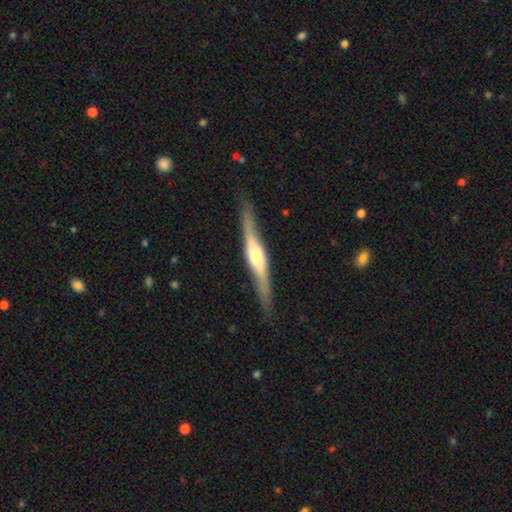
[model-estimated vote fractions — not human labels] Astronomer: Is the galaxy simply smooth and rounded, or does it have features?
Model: featured or disk — 76%.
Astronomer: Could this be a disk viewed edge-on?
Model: yes — 96%.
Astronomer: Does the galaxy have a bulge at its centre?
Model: rounded — 79%.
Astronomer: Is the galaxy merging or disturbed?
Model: none — 86%.